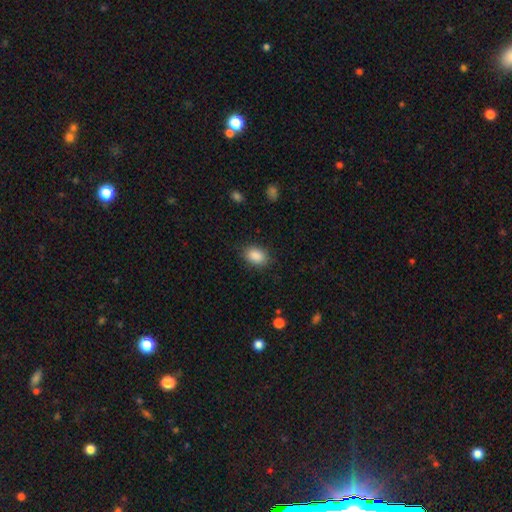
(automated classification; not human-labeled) smooth 89%, star or artifact 7%, featured or disk 4%. Down the decision tree: how rounded — in between (85%); merging — none (83%).